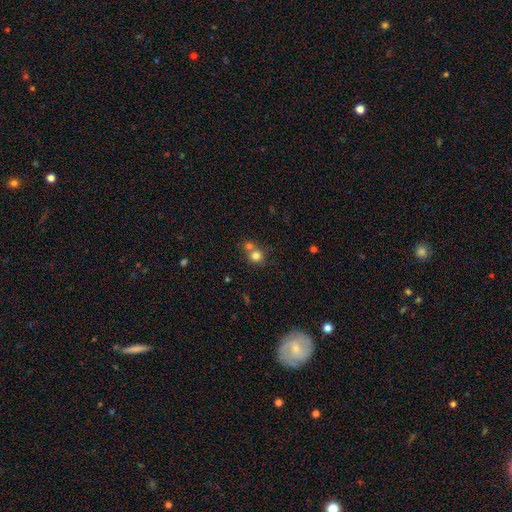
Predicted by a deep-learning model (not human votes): Overall: smooth (78%). How rounded: round (84%). Merging: none (46%; merger 43%).